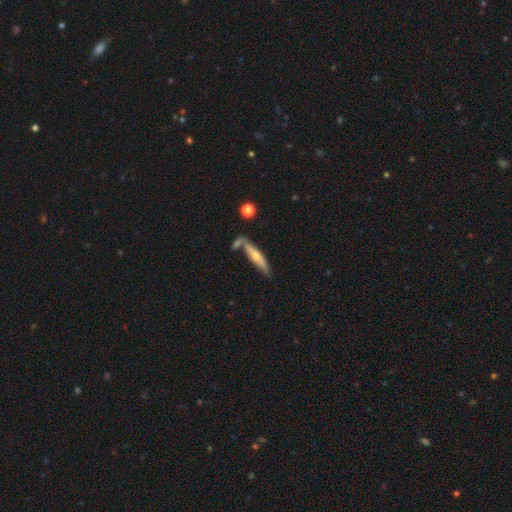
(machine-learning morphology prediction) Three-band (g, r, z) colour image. It shows a smooth galaxy with no disk features (52%) that is cigar-shaped (84%). Merging: none (62%).